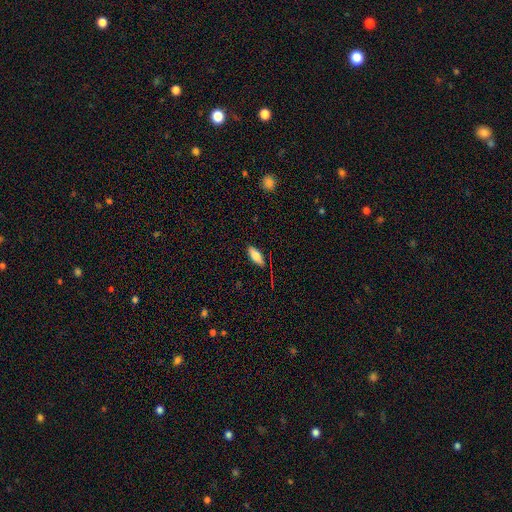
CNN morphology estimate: Smooth or featured? Predicted: smooth (p=0.76). How rounded? Predicted: in between (p=0.77). Merging? Predicted: none (p=0.80).